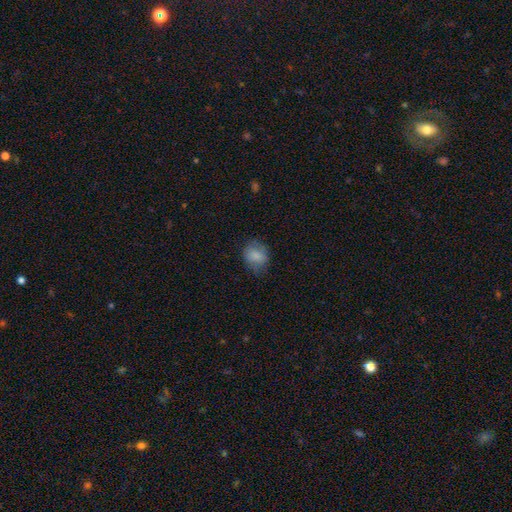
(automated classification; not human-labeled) smooth_or_featured: smooth (p=0.82) [alt: featured or disk p=0.10]
how_rounded: round (p=0.56) [alt: in between p=0.43]
merging: none (p=0.70) [alt: minor disturbance p=0.22]